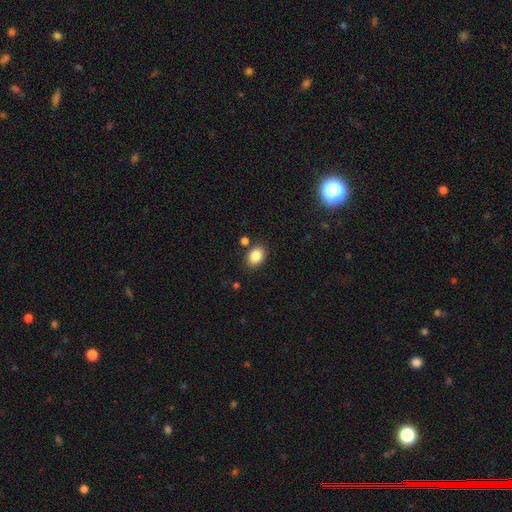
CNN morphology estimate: Q: Smooth or featured?
A: smooth (86%); runner-up: star or artifact (9%)
Q: How rounded?
A: in between (72%); runner-up: round (27%)
Q: Merging?
A: none (83%); runner-up: minor disturbance (9%)